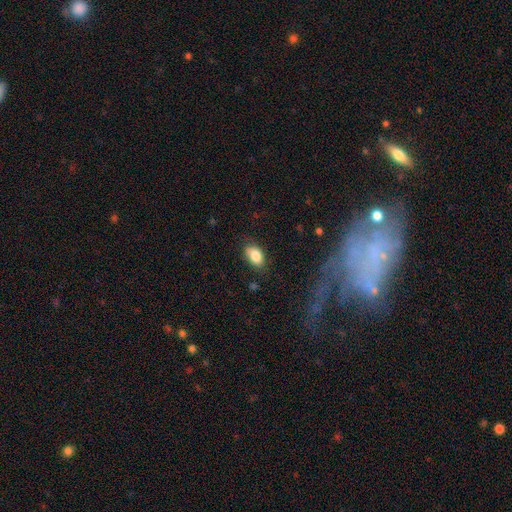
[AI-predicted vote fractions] smooth-or-featured: smooth: 83% | featured or disk: 9% | star or artifact: 8%
  how-rounded: in between: 89% | round: 9% | cigar-shaped: 2%
  merging: none: 73% | minor disturbance: 20% | major disturbance: 4% | merger: 2%